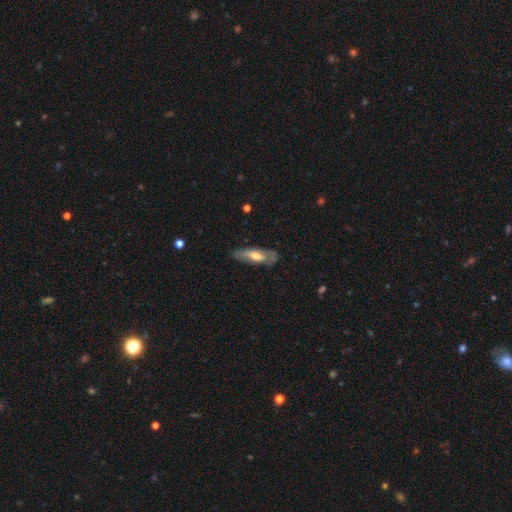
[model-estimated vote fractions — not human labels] Smooth or featured? Predicted: smooth (p=0.47, tied with featured or disk). Merging? Predicted: none (p=0.67).